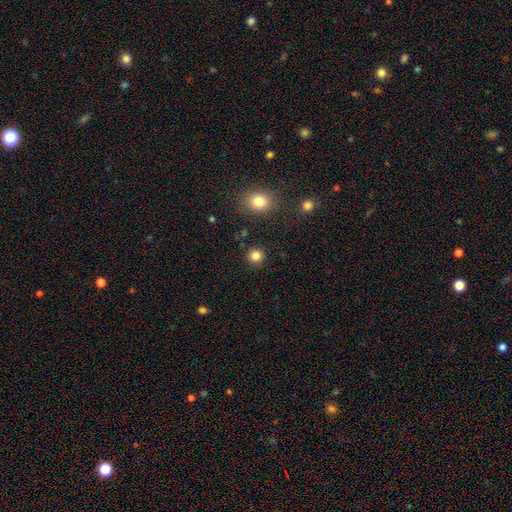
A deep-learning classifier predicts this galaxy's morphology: Smooth or featured?
  - smooth: 84% *
  - star or artifact: 12%
  - featured or disk: 4%
How rounded?
  - round: 93% *
  - in between: 6%
  - cigar-shaped: 1%
Merging?
  - none: 91% *
  - minor disturbance: 6%
  - major disturbance: 2%
  - merger: 2%